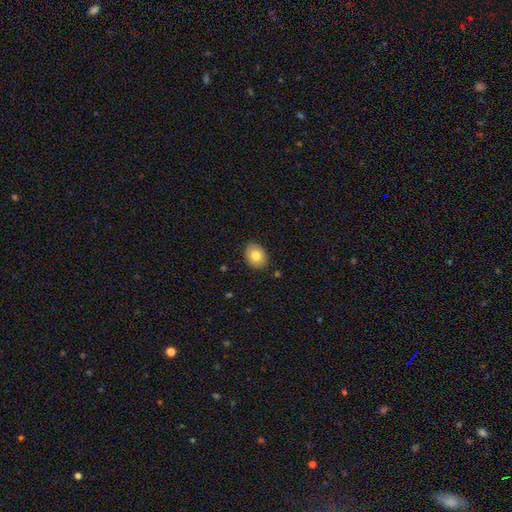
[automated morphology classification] A smooth galaxy with no disk features (80%) that is in between round and cigar-shaped (53%).

Vote fractions:
- Smooth or featured? smooth: 80% / featured or disk: 12% / star or artifact: 8%
- How rounded? in between: 53% / round: 46% / cigar-shaped: 1%
- Merging? none: 87% / minor disturbance: 10% / major disturbance: 2% / merger: 1%